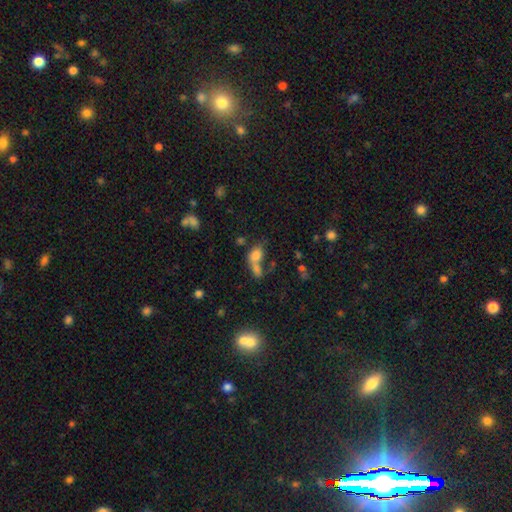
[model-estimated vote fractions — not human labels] A smooth galaxy with no disk features (74%) that is in between round and cigar-shaped (74%).

Vote fractions:
- Smooth or featured? smooth: 74% / featured or disk: 13% / star or artifact: 13%
- How rounded? in between: 74% / round: 23% / cigar-shaped: 3%
- Merging? merger: 58% / none: 25% / minor disturbance: 9% / major disturbance: 8%